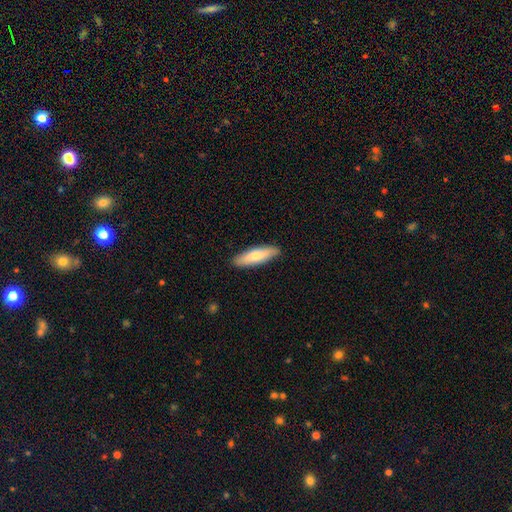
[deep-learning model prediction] Q: Smooth or featured?
A: smooth (72%); runner-up: featured or disk (23%)
Q: How rounded?
A: cigar-shaped (58%); runner-up: in between (41%)
Q: Merging?
A: none (89%); runner-up: minor disturbance (9%)